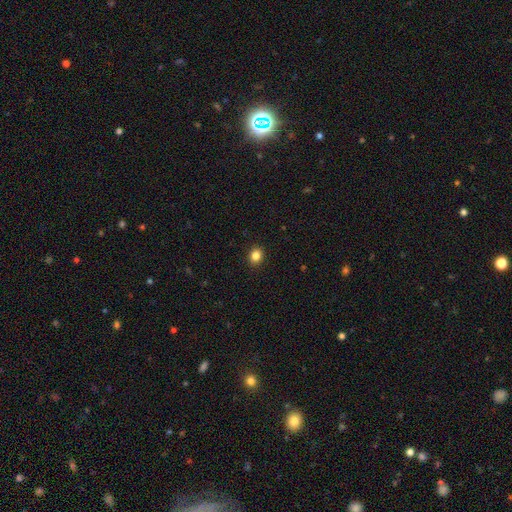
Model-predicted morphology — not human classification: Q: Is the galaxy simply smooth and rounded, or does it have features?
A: smooth — 85%.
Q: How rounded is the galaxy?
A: round — 60%.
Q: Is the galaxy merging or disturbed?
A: none — 91%.